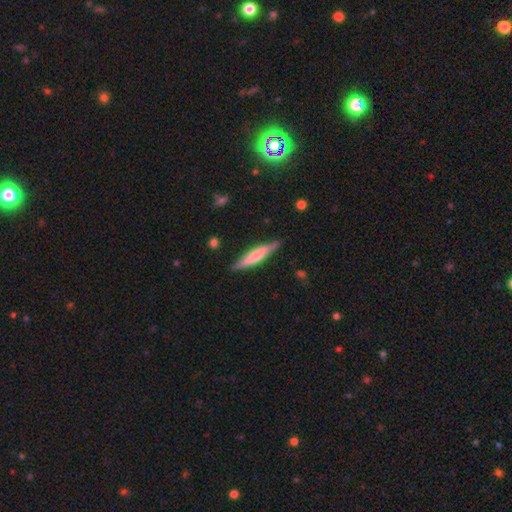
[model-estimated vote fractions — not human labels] This is possibly a smooth galaxy (54%). How rounded: clearly cigar-shaped (87%). Merging: clearly none (83%).